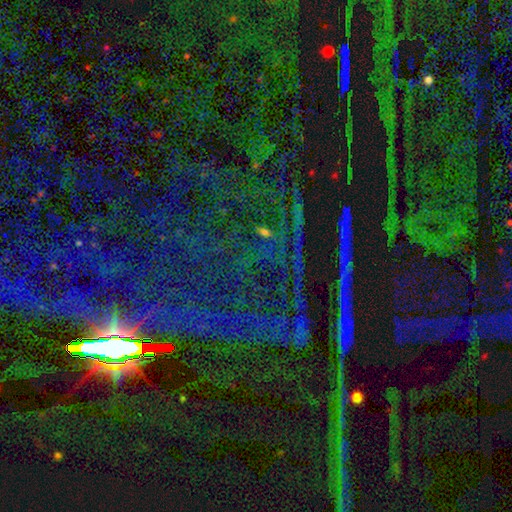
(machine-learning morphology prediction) Smooth or featured?
  - star or artifact: 85% *
  - smooth: 7%
  - featured or disk: 7%